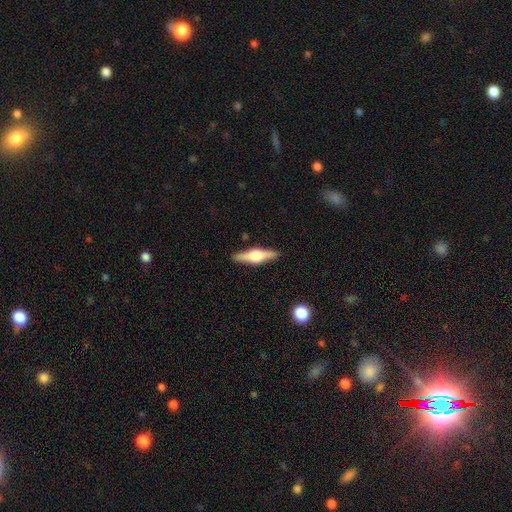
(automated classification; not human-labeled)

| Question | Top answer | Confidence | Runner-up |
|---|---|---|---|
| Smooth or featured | featured or disk | 63% | smooth (31%) |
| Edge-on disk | yes | 96% | no (4%) |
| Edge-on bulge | rounded | 92% | boxy (6%) |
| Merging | none | 90% | minor disturbance (7%) |